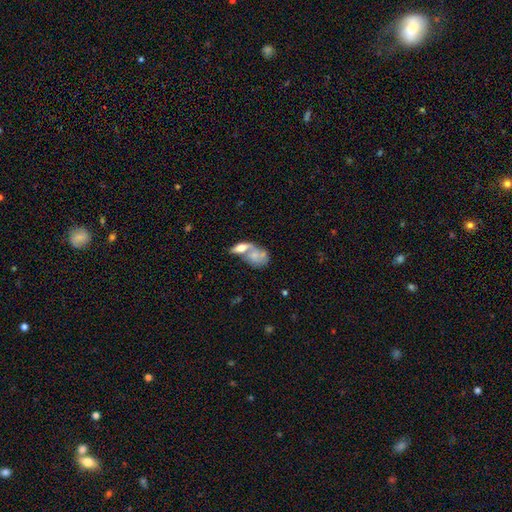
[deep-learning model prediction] smooth_or_featured: smooth (p=0.54) [alt: featured or disk p=0.38]
how_rounded: in between (p=0.80) [alt: round p=0.14]
merging: merger (p=0.61) [alt: none p=0.20]